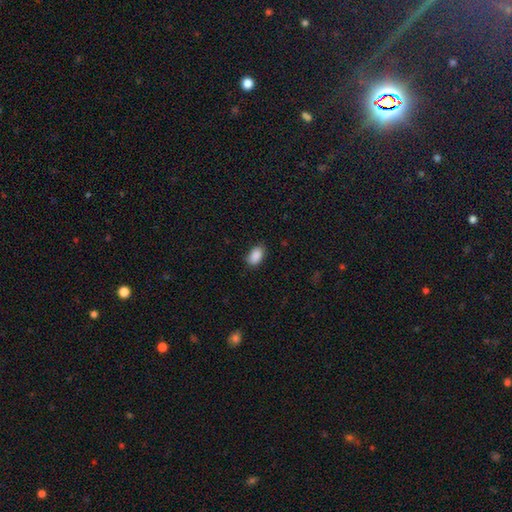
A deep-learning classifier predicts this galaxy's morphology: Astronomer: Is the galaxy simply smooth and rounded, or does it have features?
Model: smooth — 90%.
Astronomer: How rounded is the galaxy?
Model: in between — 91%.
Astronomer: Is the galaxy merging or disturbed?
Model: none — 82%.